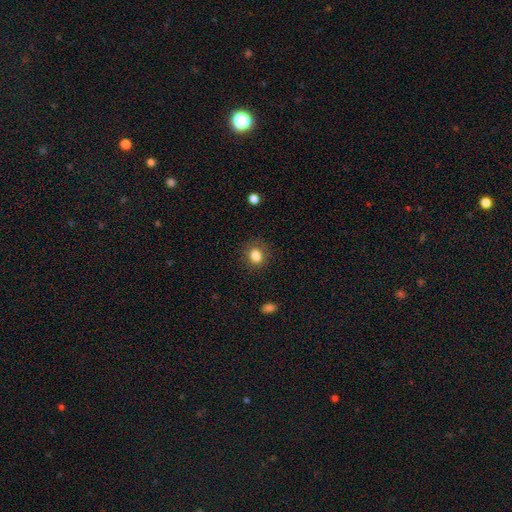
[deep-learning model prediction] Morphology: type=smooth (83%); roundness=round (74%); merging=none (84%).